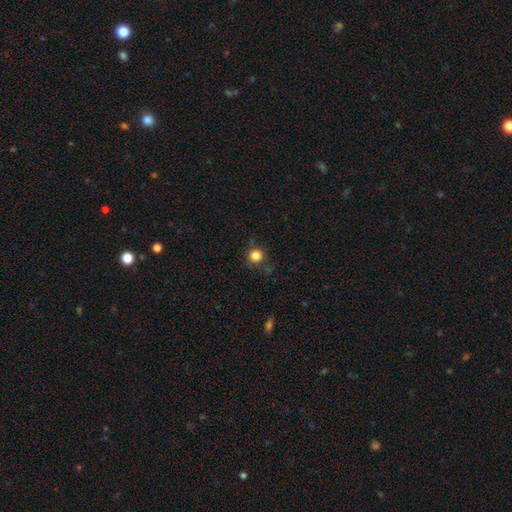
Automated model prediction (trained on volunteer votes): Morphology: type=smooth (84%); roundness=round (92%); merging=none (81%).